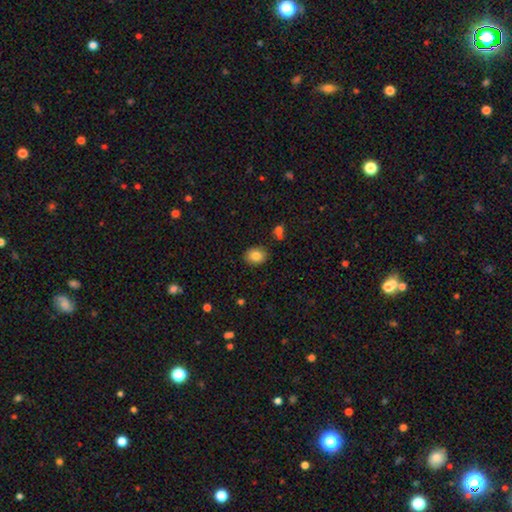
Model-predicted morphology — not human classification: A smooth galaxy with no disk features (84%) that is round (50%).

Vote fractions:
- Smooth or featured? smooth: 84% / star or artifact: 9% / featured or disk: 7%
- How rounded? round: 50% / in between: 49% / cigar-shaped: 1%
- Merging? none: 86% / minor disturbance: 9% / merger: 2% / major disturbance: 2%